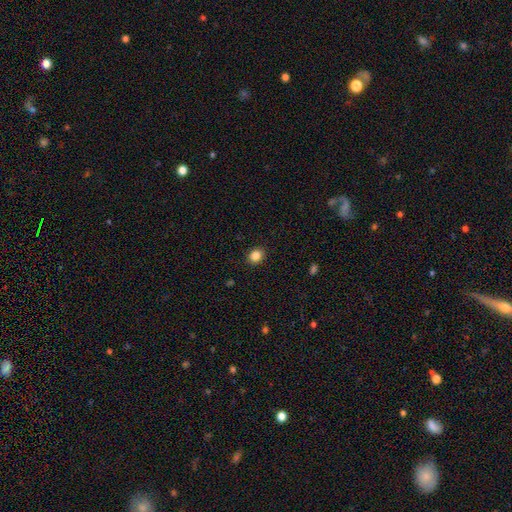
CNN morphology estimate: Smooth or featured? smooth (85%)
How rounded? round (68%)
Merging? none (90%)